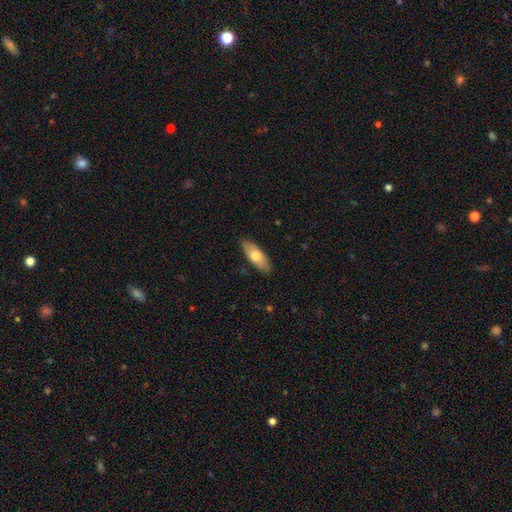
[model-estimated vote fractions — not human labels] A smooth galaxy with no disk features (72%) that is in between round and cigar-shaped (75%).

Vote fractions:
- Smooth or featured? smooth: 72% / featured or disk: 23% / star or artifact: 6%
- How rounded? in between: 75% / cigar-shaped: 23% / round: 2%
- Merging? none: 86% / minor disturbance: 11% / major disturbance: 2% / merger: 1%